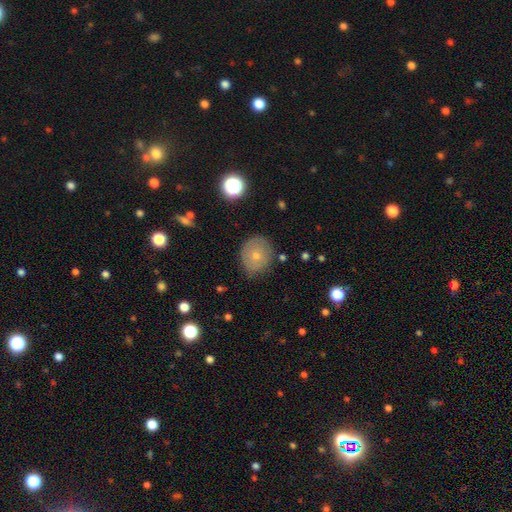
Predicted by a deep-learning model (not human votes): A smooth galaxy with no disk features (63%) that is round (75%). Merging: none (78%).